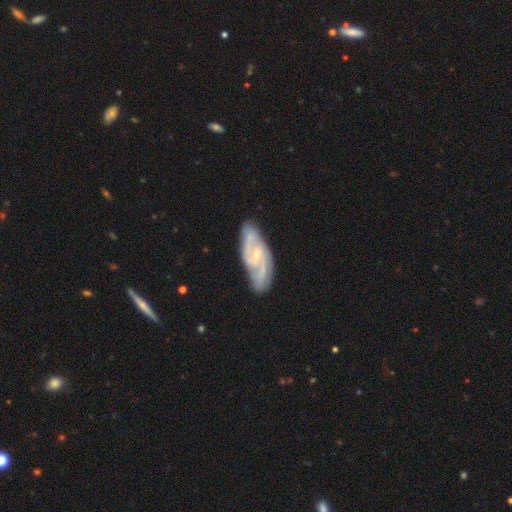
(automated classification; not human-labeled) Smooth or featured: featured or disk — 85% (smooth — 10%)
Edge-on disk: no — 94% (yes — 6%)
Bar: no — 46% (weak — 42%)
Spiral arms: yes — 97% (no — 3%)
Spiral winding: medium — 48% (tight — 38%)
Spiral arm count: 2 — 57% (3 — 21%)
Bulge size: small — 73% (moderate — 21%)
Merging: none — 77% (minor disturbance — 17%)